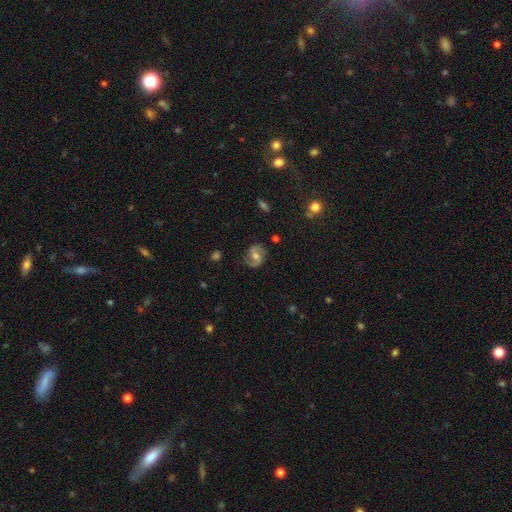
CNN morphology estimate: This appears to be a featured or disk galaxy (77%) with a weak bar (44%), 2 (91%) medium (52%) spiral arms (93%) and a moderate central bulge (69%). Merging: none (82%).